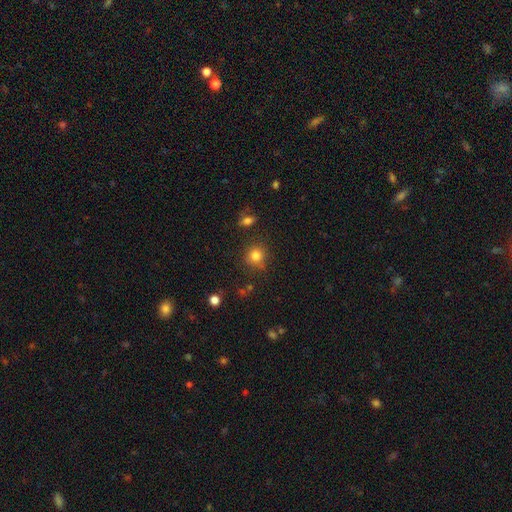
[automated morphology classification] smooth-or-featured: smooth: 81% | star or artifact: 13% | featured or disk: 6%
  how-rounded: round: 89% | in between: 10% | cigar-shaped: 1%
  merging: none: 78% | minor disturbance: 14% | merger: 4% | major disturbance: 4%